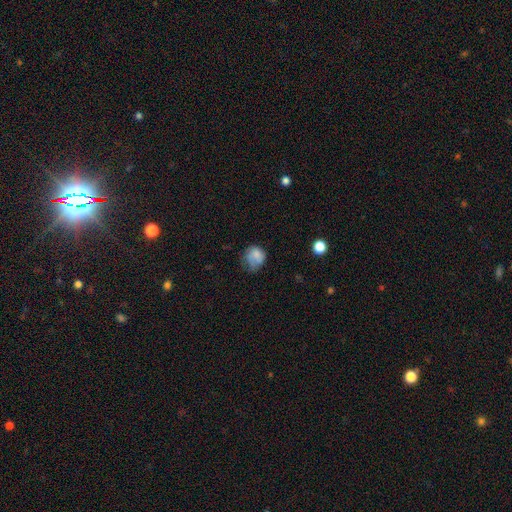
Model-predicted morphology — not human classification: Smooth or featured? Predicted: smooth (p=0.74). How rounded? Predicted: round (p=0.63). Merging? Predicted: none (p=0.39).